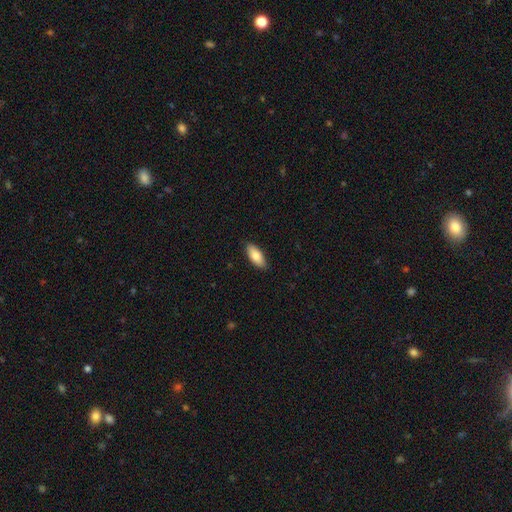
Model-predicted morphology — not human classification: A smooth galaxy with no disk features (83%) that is in between round and cigar-shaped (86%).

Vote fractions:
- Smooth or featured? smooth: 83% / featured or disk: 11% / star or artifact: 6%
- How rounded? in between: 86% / cigar-shaped: 13% / round: 2%
- Merging? none: 89% / minor disturbance: 9% / major disturbance: 2% / merger: 1%